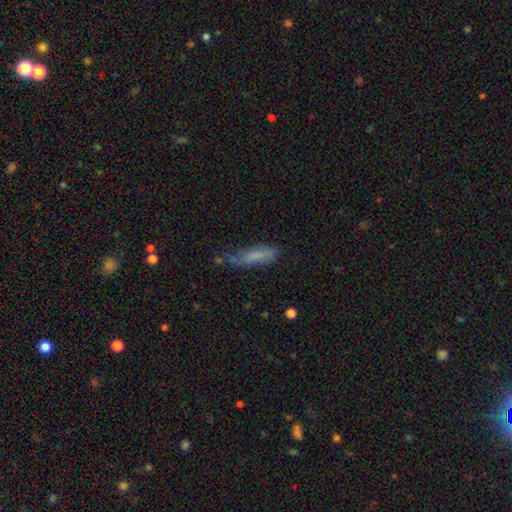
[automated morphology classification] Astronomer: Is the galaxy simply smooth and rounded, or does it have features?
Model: smooth — 65%.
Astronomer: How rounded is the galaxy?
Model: cigar-shaped — 65%.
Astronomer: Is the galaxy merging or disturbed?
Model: none — 51% (runner-up: minor disturbance, 32%).